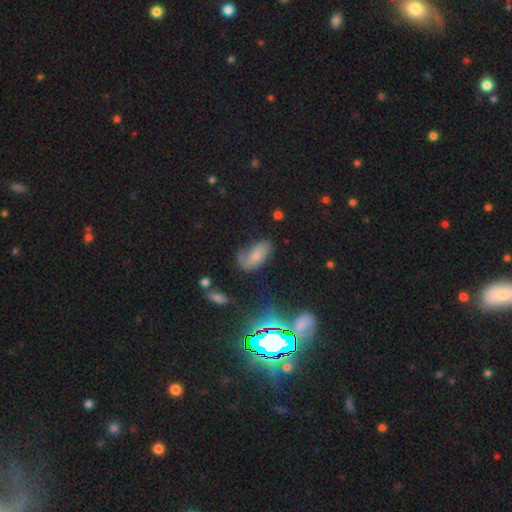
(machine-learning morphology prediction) Q: Smooth or featured?
A: smooth (50%); runner-up: featured or disk (35%)
Q: Merging?
A: none (43%); runner-up: minor disturbance (30%)